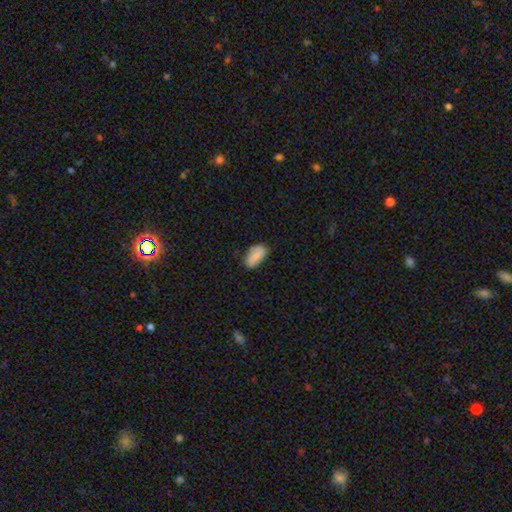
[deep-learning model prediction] Smooth or featured? smooth (81%)
How rounded? in between (93%)
Merging? none (73%)